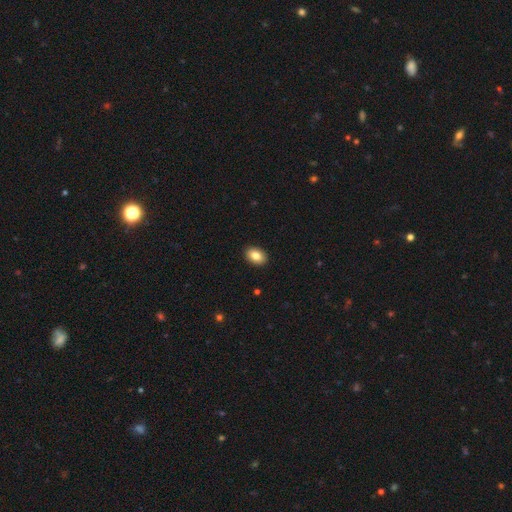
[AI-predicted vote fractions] The model was most divided on "how rounded": in between: 81%, round: 18%, cigar-shaped: 1%. More confident: merging — none (91%); smooth or featured — smooth (85%).